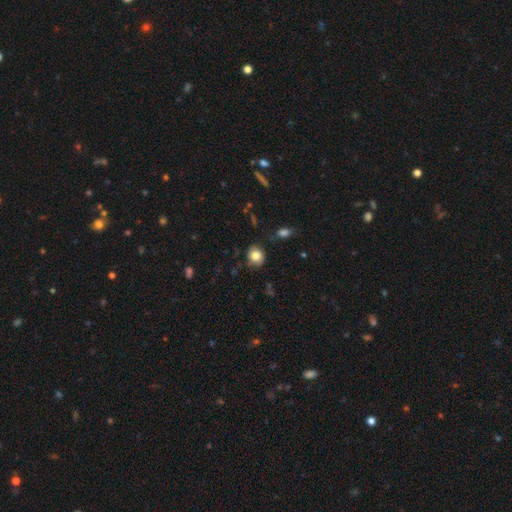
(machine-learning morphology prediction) Smooth or featured? Predicted: smooth (p=0.81). How rounded? Predicted: round (p=0.75). Merging? Predicted: none (p=0.79).